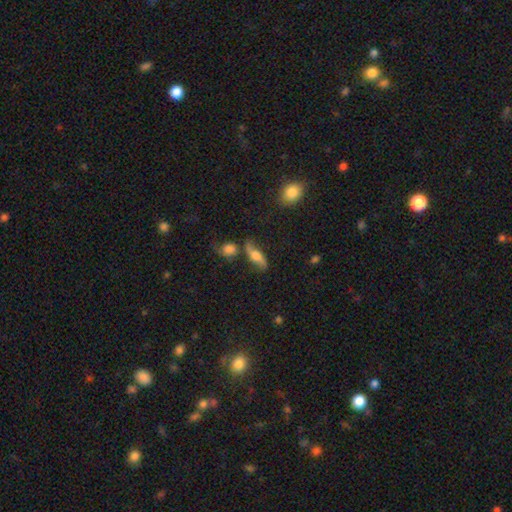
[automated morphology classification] Smooth or featured?
  - featured or disk: 58% *
  - smooth: 32%
  - star or artifact: 10%
Edge-on disk?
  - no: 75% *
  - yes: 25%
Merging?
  - none: 58% *
  - minor disturbance: 19%
  - merger: 14%
  - major disturbance: 9%